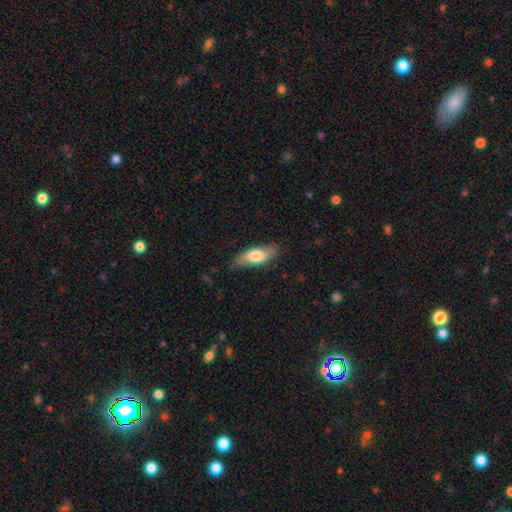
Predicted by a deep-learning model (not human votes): Q: Smooth or featured?
A: smooth (69%); runner-up: featured or disk (26%)
Q: How rounded?
A: in between (64%); runner-up: cigar-shaped (33%)
Q: Merging?
A: none (77%); runner-up: minor disturbance (18%)